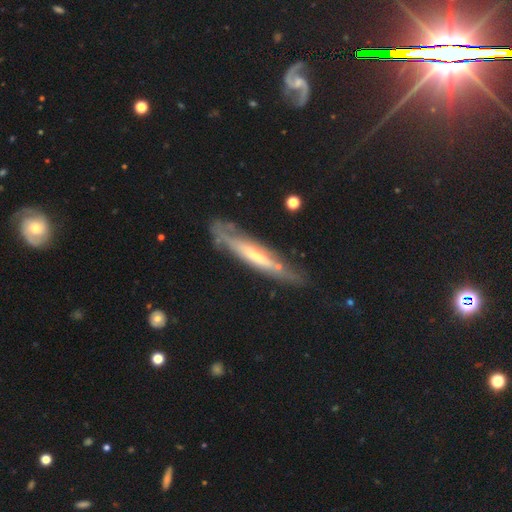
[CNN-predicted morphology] smooth_or_featured: featured or disk (p=0.68) [alt: smooth p=0.26]
disk_edge_on: yes (p=0.71) [alt: no p=0.29]
merging: none (p=0.71) [alt: minor disturbance p=0.18]